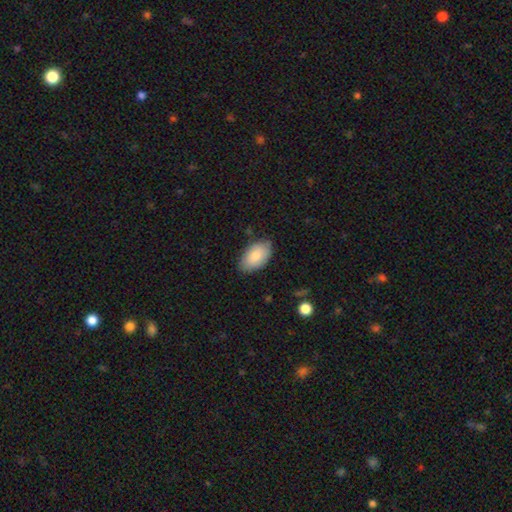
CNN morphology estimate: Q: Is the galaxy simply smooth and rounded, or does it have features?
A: smooth — 82%.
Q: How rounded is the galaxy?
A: in between — 94%.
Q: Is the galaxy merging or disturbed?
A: none — 79%.